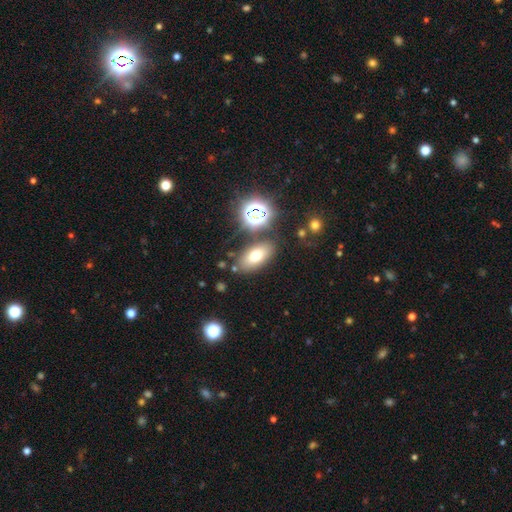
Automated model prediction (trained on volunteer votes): Morphology: type=smooth (69%); roundness=in between (86%); merging=none (80%).